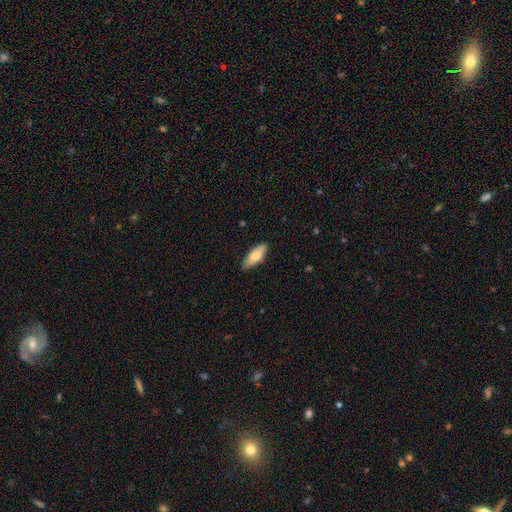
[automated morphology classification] This is likely a smooth galaxy (72%). How rounded: likely in between (71%). Merging: clearly none (83%).